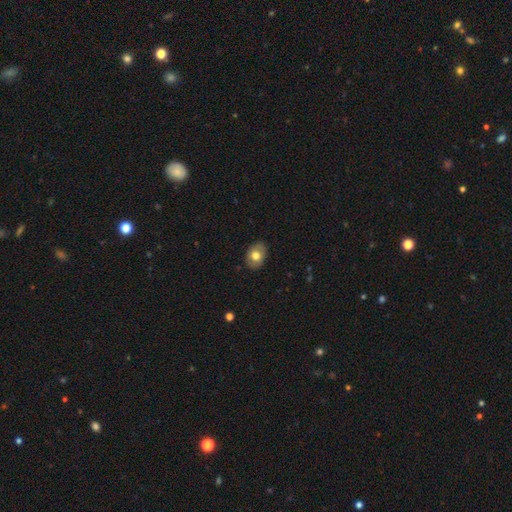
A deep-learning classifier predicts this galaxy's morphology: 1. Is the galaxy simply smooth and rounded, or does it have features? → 72% smooth, 20% featured or disk, 8% star or artifact.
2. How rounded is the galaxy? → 74% in between, 25% round, 1% cigar-shaped.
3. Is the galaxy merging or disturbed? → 86% none, 11% minor disturbance, 2% major disturbance, 1% merger.